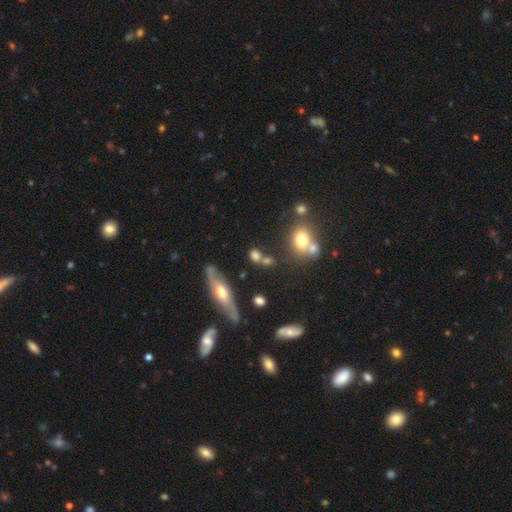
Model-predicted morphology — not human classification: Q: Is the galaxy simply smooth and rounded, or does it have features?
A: smooth — 69%.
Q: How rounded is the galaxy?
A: round — 47%.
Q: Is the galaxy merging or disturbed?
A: none — 51%.